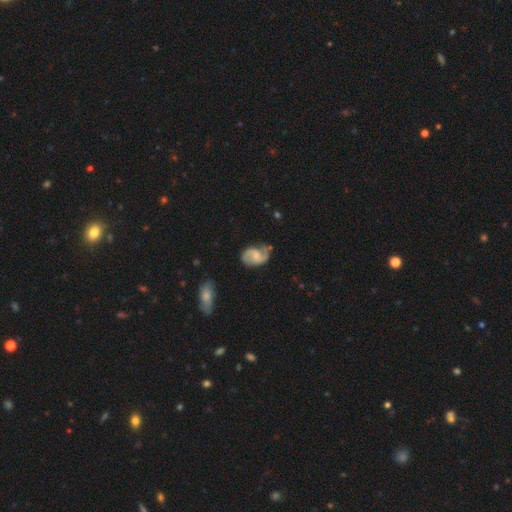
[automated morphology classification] A featured or disk galaxy (79%) with a weak bar (46%), 2 (89%) medium (49%) spiral arms (95%) and no central bulge (34%).

Vote fractions:
- Smooth or featured? featured or disk: 79% / smooth: 15% / star or artifact: 6%
- Edge-on disk? no: 98% / yes: 2%
- Bar? weak: 46% / no: 44% / strong: 10%
- Spiral arms? yes: 95% / no: 5%
- Spiral winding? medium: 49% / loose: 36% / tight: 16%
- Spiral arm count? 2: 89% / can't tell: 4% / 1: 3% / 3: 1% / 4: 1% / more than 4: 1%
- Bulge size? none: 34% / small: 31% / moderate: 29% / large: 6% / dominant: 1%
- Merging? none: 68% / minor disturbance: 22% / major disturbance: 7% / merger: 3%